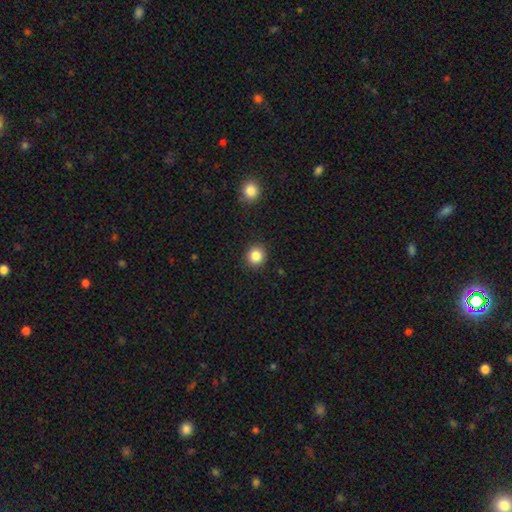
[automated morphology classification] A smooth galaxy with no disk features (85%) that is round (89%).

Vote fractions:
- Smooth or featured? smooth: 85% / star or artifact: 10% / featured or disk: 5%
- How rounded? round: 89% / in between: 11% / cigar-shaped: 1%
- Merging? none: 91% / minor disturbance: 6% / major disturbance: 2% / merger: 1%